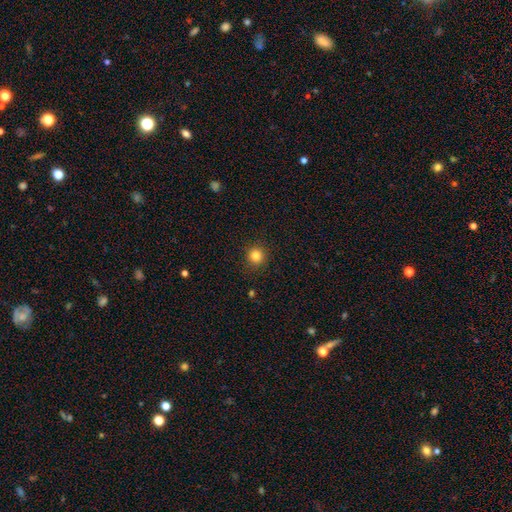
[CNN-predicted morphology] This appears to be a smooth galaxy with no disk features (83%) that is round (92%). Merging: none (90%).